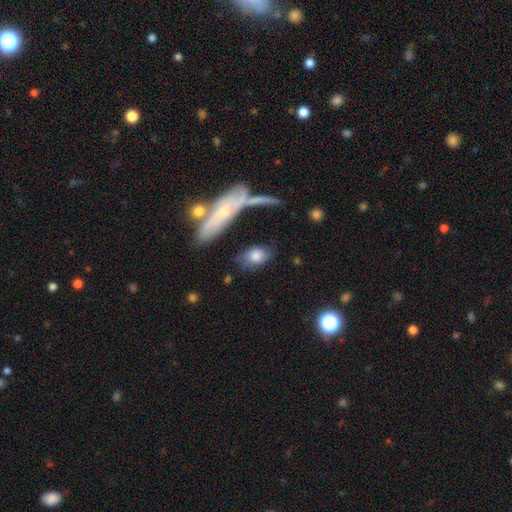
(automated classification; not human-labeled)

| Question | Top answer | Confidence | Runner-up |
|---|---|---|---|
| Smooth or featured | smooth | 74% | featured or disk (18%) |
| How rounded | in between | 71% | round (21%) |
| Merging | none | 60% | minor disturbance (22%) |